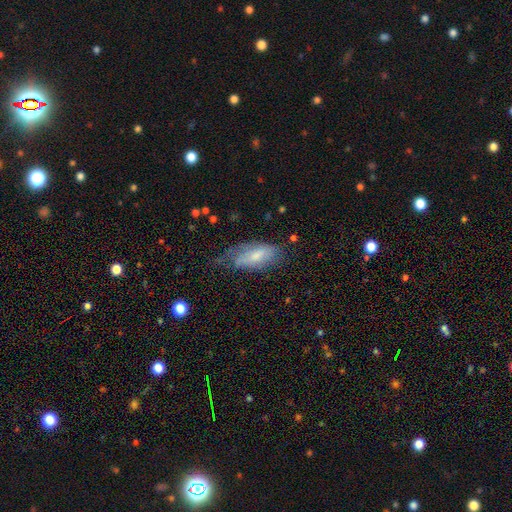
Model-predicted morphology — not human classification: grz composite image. It shows a smooth galaxy with no disk features (51%) that is in between round and cigar-shaped (84%). Merging: none (43%).